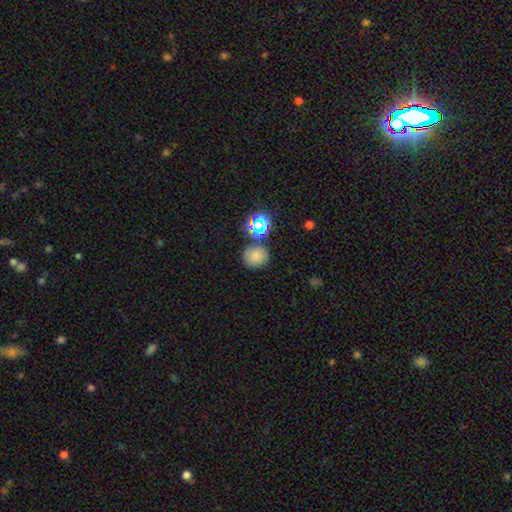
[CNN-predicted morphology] type=smooth (72%); roundness=round (80%); merging=none (75%).